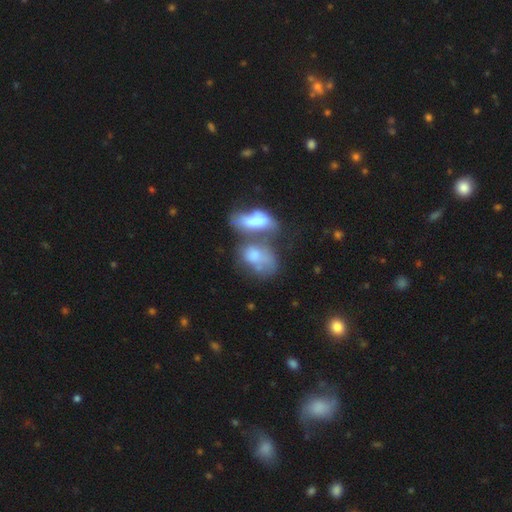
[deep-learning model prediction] smooth-or-featured: smooth: 62% | featured or disk: 28% | star or artifact: 10%
  how-rounded: in between: 83% | round: 13% | cigar-shaped: 4%
  merging: merger: 62% | major disturbance: 14% | none: 14% | minor disturbance: 10%